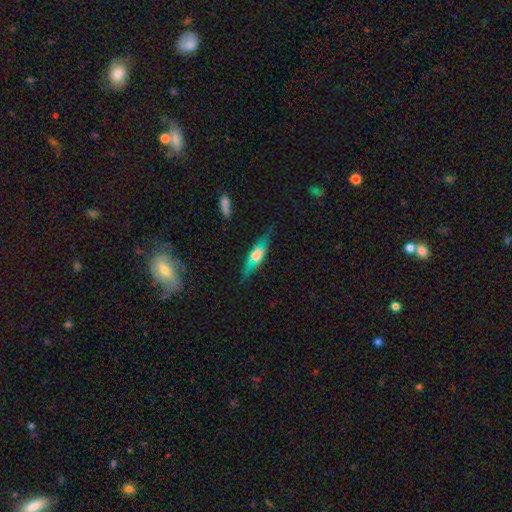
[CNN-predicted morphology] featured or disk 54%, smooth 35%, star or artifact 11%. Down the decision tree: edge-on disk — yes (87%); merging — none (82%).